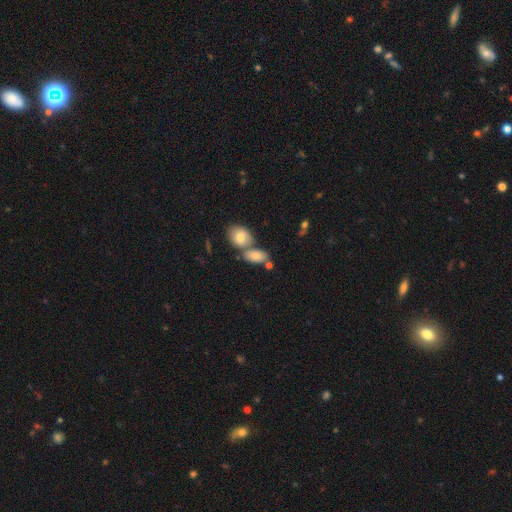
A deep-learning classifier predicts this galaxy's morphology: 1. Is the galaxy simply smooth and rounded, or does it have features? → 81% smooth, 11% featured or disk, 8% star or artifact.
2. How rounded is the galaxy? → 88% in between, 7% round, 4% cigar-shaped.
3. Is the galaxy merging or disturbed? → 45% none, 41% merger, 11% minor disturbance, 4% major disturbance.